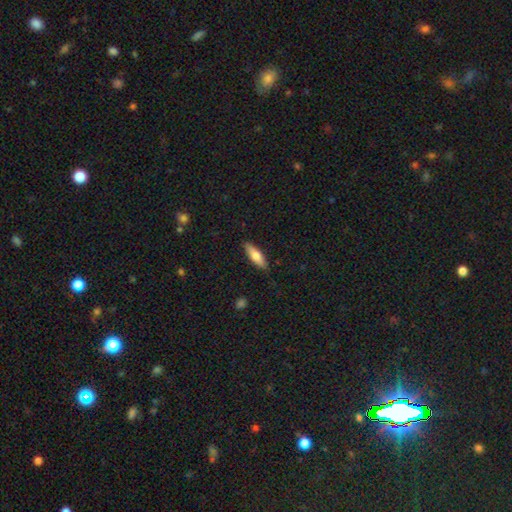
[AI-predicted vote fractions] A smooth galaxy with no disk features (68%) that is cigar-shaped (54%). Merging: none (88%).